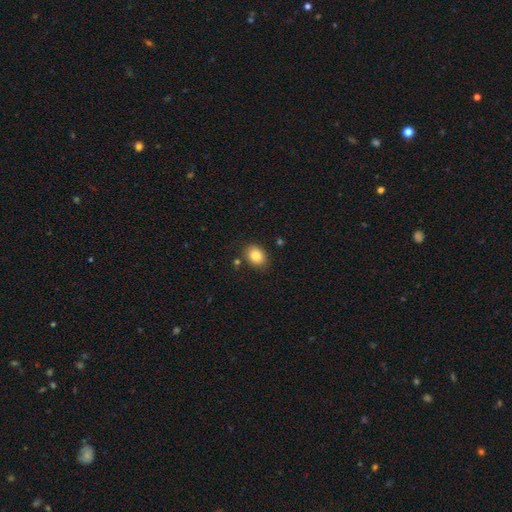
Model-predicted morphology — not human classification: A smooth galaxy with no disk features (84%) that is in between round and cigar-shaped (56%).

Vote fractions:
- Smooth or featured? smooth: 84% / star or artifact: 9% / featured or disk: 7%
- How rounded? in between: 56% / round: 43% / cigar-shaped: 1%
- Merging? none: 82% / minor disturbance: 11% / merger: 3% / major disturbance: 3%